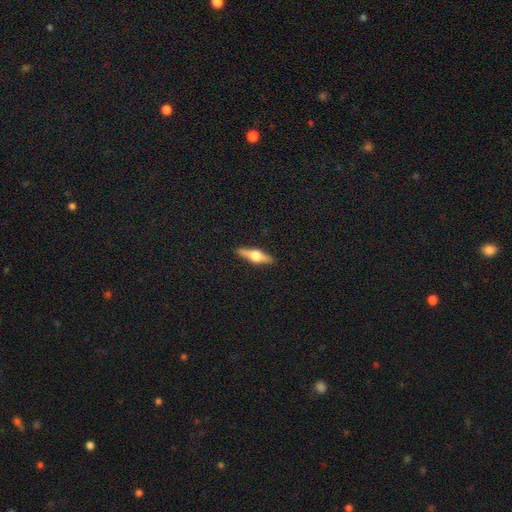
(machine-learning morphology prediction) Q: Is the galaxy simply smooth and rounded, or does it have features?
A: featured or disk — 63%.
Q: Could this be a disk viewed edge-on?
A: yes — 96%.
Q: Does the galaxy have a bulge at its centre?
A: rounded — 95%.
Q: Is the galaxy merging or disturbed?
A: none — 90%.